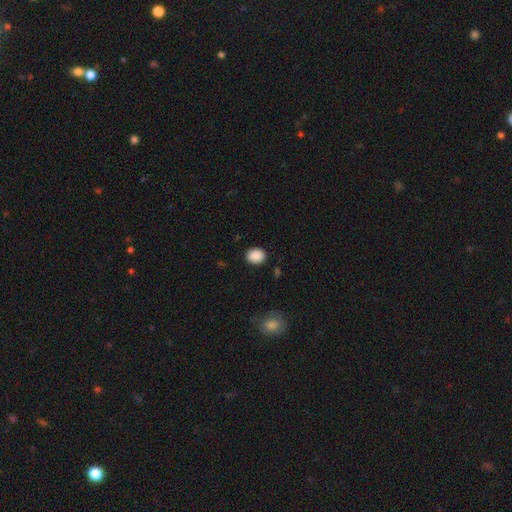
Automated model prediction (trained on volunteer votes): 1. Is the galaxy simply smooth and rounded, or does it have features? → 89% smooth, 8% star or artifact, 3% featured or disk.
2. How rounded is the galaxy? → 53% round, 46% in between, 1% cigar-shaped.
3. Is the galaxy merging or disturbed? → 87% none, 9% minor disturbance, 3% major disturbance, 1% merger.